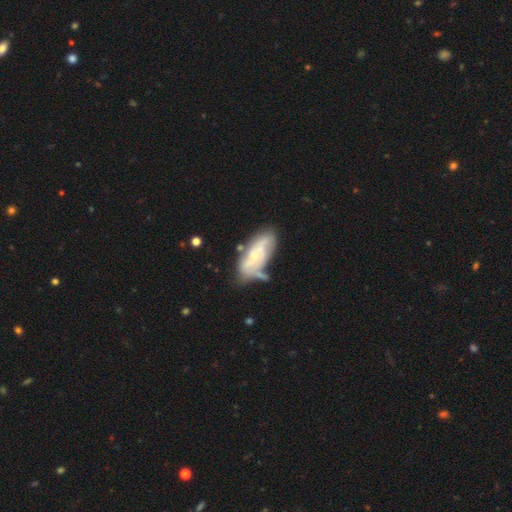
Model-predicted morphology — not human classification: type=featured or disk (64%); edge-on=no (89%); bar=no (66%); spiral arms=yes (72%); bulge=small (67%); merging=none (48%).